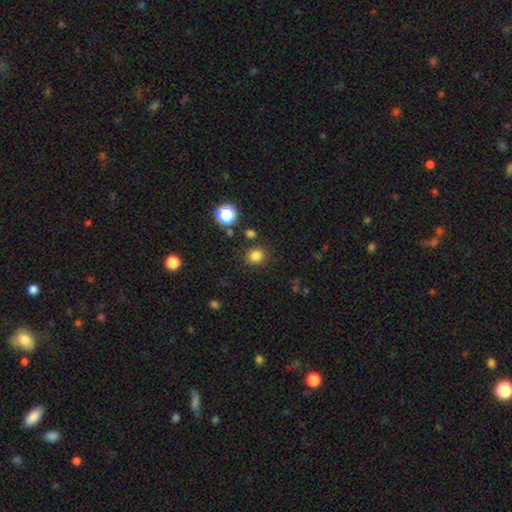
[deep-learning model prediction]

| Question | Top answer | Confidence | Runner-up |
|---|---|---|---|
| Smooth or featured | smooth | 81% | star or artifact (14%) |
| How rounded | round | 76% | in between (23%) |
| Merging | none | 85% | minor disturbance (9%) |